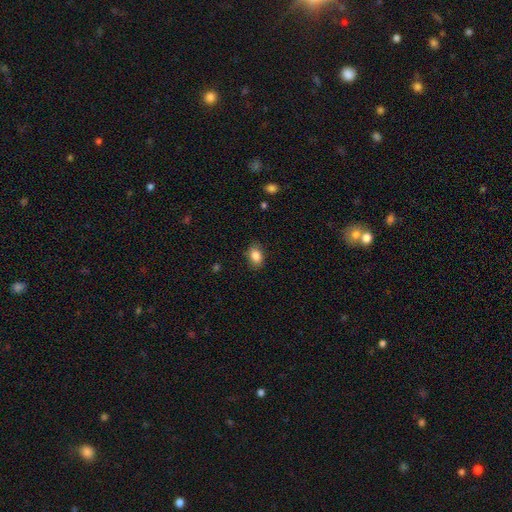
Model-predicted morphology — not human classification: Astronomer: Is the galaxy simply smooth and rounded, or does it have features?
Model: smooth — 86%.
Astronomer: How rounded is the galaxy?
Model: in between — 75%.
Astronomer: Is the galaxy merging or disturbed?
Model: none — 82%.